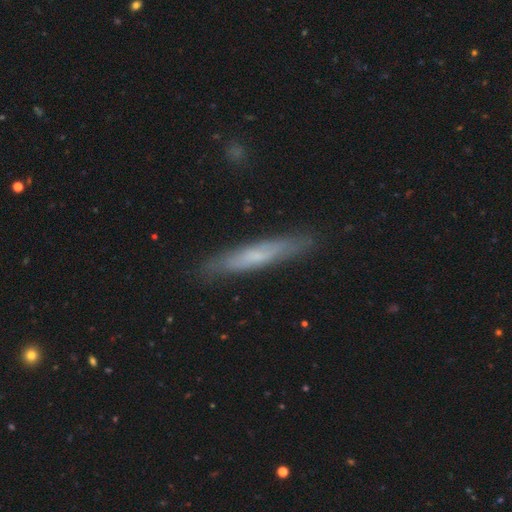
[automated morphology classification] Smooth or featured: smooth — 49% (featured or disk — 44%)
Merging: none — 86% (minor disturbance — 10%)